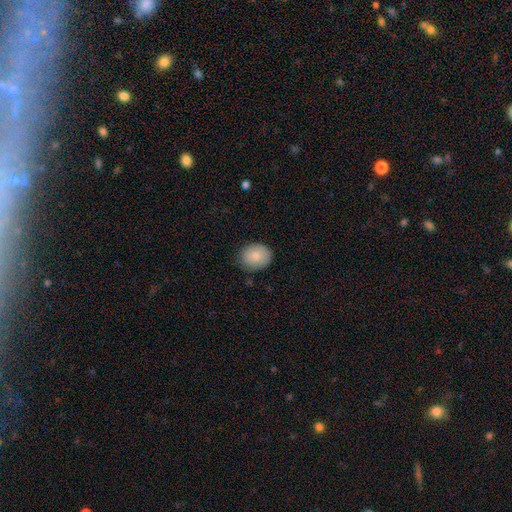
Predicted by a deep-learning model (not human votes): Q: Smooth or featured?
A: smooth (84%); runner-up: featured or disk (8%)
Q: How rounded?
A: round (55%); runner-up: in between (44%)
Q: Merging?
A: none (82%); runner-up: minor disturbance (14%)